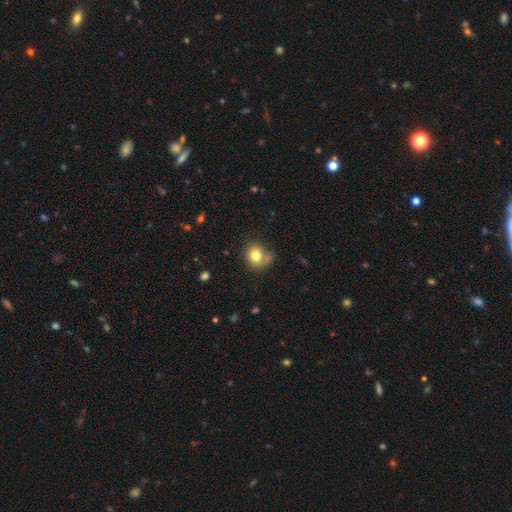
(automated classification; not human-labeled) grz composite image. It shows a smooth galaxy with no disk features (78%) that is round (76%). Merging: none (59%).